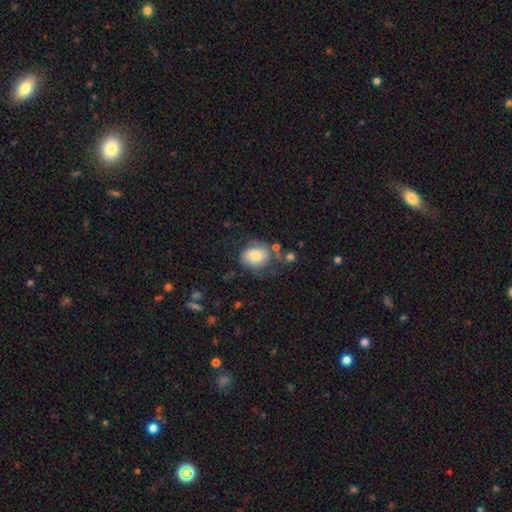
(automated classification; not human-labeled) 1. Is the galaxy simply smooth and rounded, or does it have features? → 66% smooth, 26% featured or disk, 8% star or artifact.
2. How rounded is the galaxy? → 55% round, 44% in between, 1% cigar-shaped.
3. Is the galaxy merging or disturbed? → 51% none, 26% minor disturbance, 17% major disturbance, 6% merger.